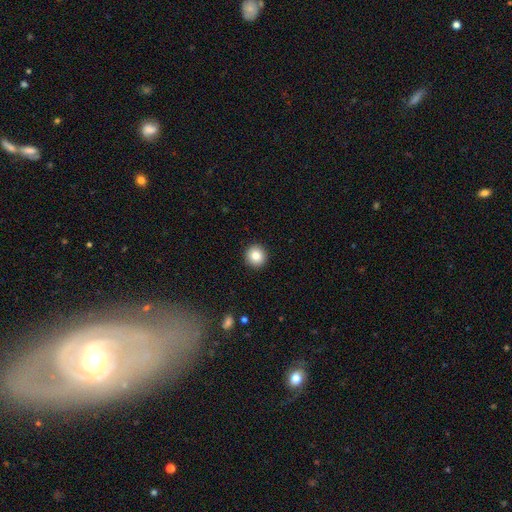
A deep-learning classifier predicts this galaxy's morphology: smooth_or_featured: smooth (p=0.85) [alt: star or artifact p=0.09]
how_rounded: round (p=0.94) [alt: in between p=0.05]
merging: none (p=0.93) [alt: minor disturbance p=0.05]